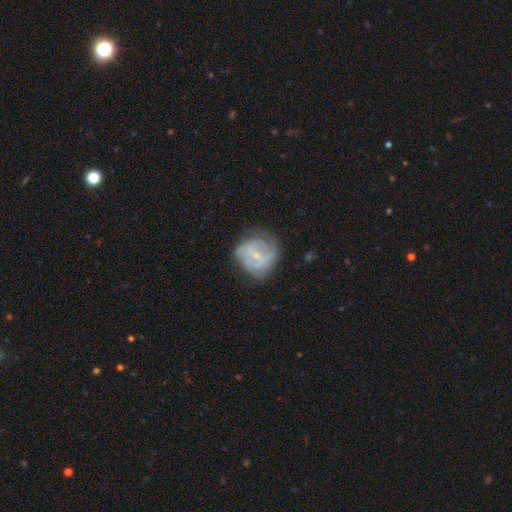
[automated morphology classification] Overall: featured or disk (64%; smooth 28%). Edge-on disk: no (97%). Bar: weak (50%; no 31%). Spiral arms: yes (70%; no 30%). Bulge size: small (70%). Merging: none (58%; minor disturbance 26%).